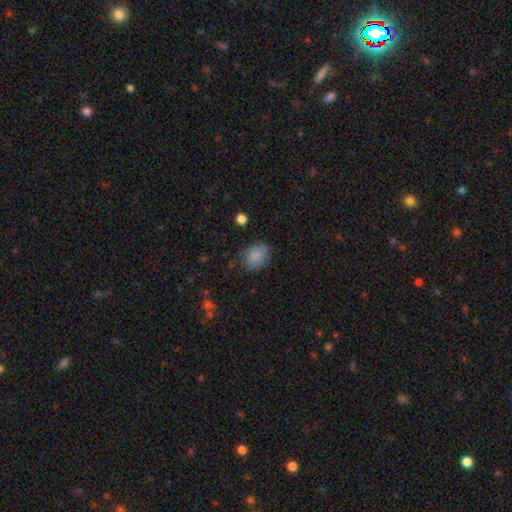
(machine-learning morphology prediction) A smooth galaxy with no disk features (86%) that is in between round and cigar-shaped (57%). Merging: none (76%).